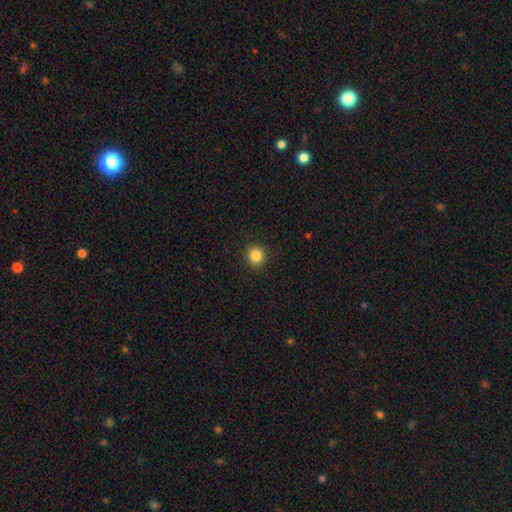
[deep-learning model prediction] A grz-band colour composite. It shows a smooth galaxy with no disk features (85%) that is round (91%). Merging: none (92%).